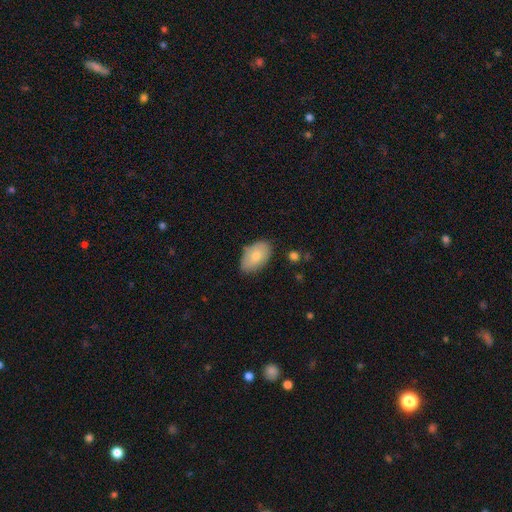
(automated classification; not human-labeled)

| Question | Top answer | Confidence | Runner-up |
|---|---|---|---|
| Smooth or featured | smooth | 78% | featured or disk (16%) |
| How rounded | in between | 93% | round (6%) |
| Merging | none | 76% | minor disturbance (19%) |